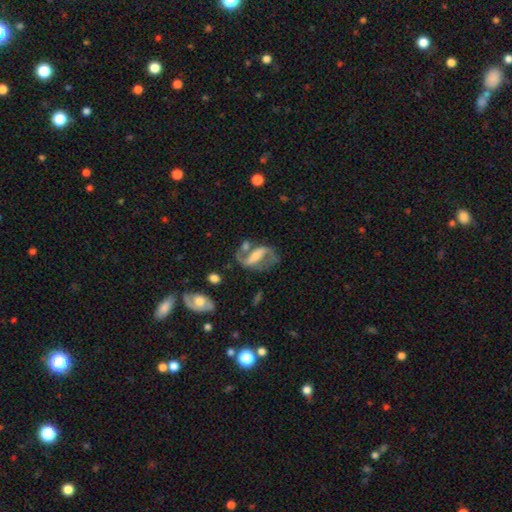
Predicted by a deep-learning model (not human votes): smooth_or_featured: featured or disk (p=0.82) [alt: smooth p=0.12]
disk_edge_on: no (p=0.95) [alt: yes p=0.05]
bar: strong (p=0.53) [alt: weak p=0.31]
has_spiral_arms: yes (p=0.90) [alt: no p=0.10]
spiral_winding: loose (p=0.44) [alt: medium p=0.43]
spiral_arm_count: 2 (p=0.88) [alt: can't tell p=0.04]
bulge_size: small (p=0.34) [alt: moderate p=0.33]
merging: none (p=0.58) [alt: minor disturbance p=0.18]